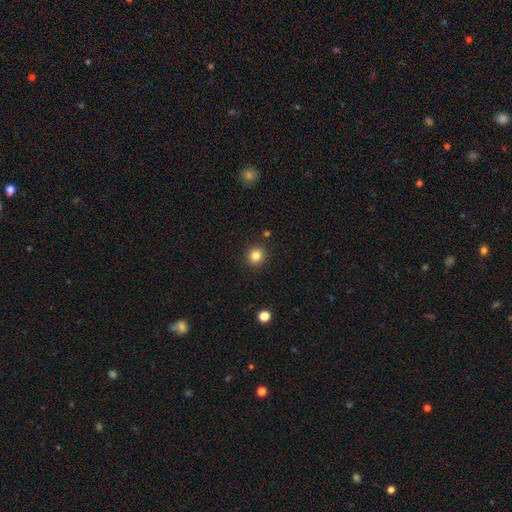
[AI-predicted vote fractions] Smooth or featured? Predicted: smooth (p=0.83). How rounded? Predicted: round (p=0.90). Merging? Predicted: none (p=0.90).